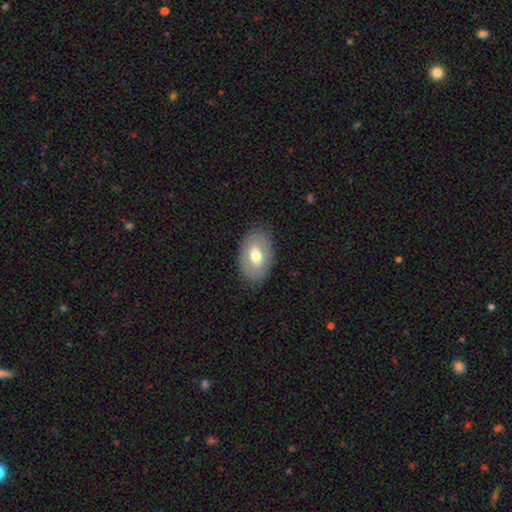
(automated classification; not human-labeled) Morphology: type=smooth (58%); roundness=in between (88%); merging=none (82%).